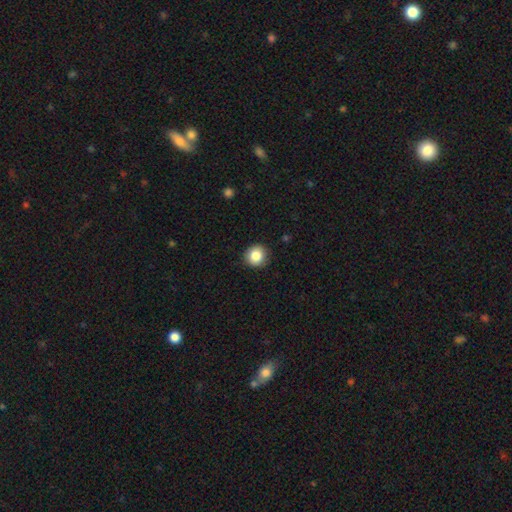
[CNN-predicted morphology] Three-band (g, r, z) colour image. It shows a smooth galaxy with no disk features (86%) that is round (89%). Merging: none (89%).